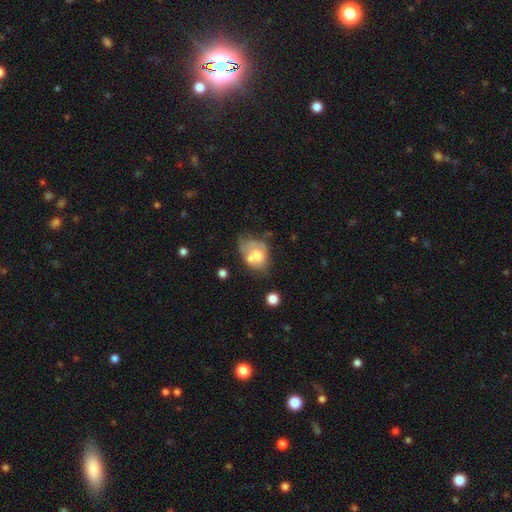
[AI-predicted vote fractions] smooth-or-featured: smooth: 57% | featured or disk: 34% | star or artifact: 9%
  how-rounded: in between: 67% | round: 32% | cigar-shaped: 1%
  merging: merger: 37% | minor disturbance: 22% | none: 22% | major disturbance: 19%